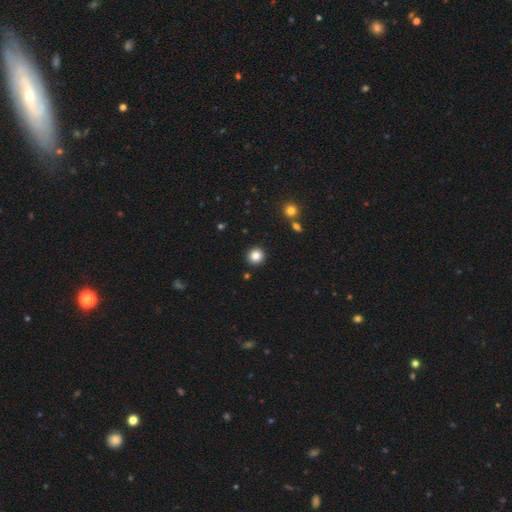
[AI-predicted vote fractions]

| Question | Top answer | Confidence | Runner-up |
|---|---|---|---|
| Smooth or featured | smooth | 84% | star or artifact (11%) |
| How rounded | round | 93% | in between (6%) |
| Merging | none | 92% | minor disturbance (5%) |